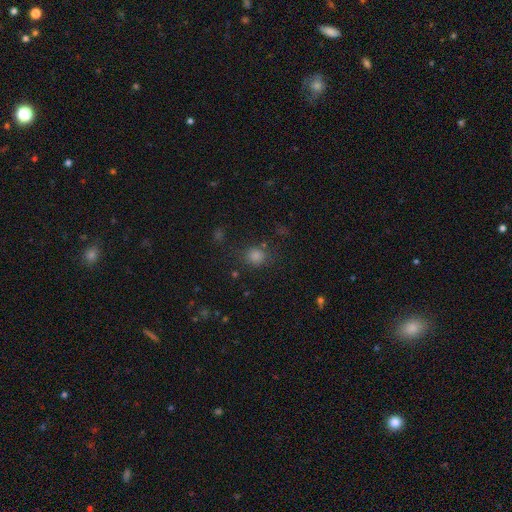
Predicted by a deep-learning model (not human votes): Smooth or featured? Predicted: smooth (p=0.72). How rounded? Predicted: round (p=0.84). Merging? Predicted: none (p=0.80).